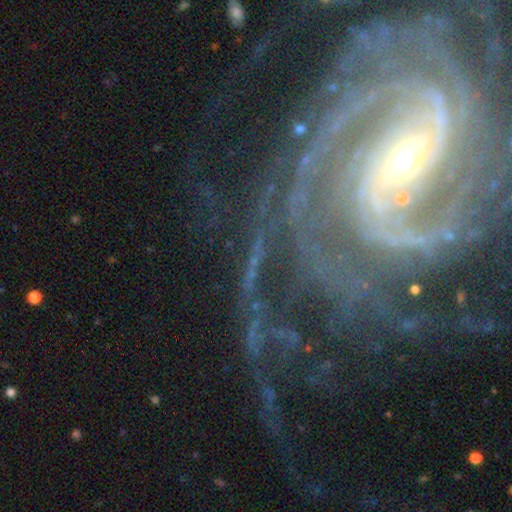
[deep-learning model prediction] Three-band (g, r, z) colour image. It shows a featured or disk galaxy (88%) with a strong bar (43%), 2 (36%) tight (52%) spiral arms (97%) and a small central bulge (53%). Merging: none (62%).